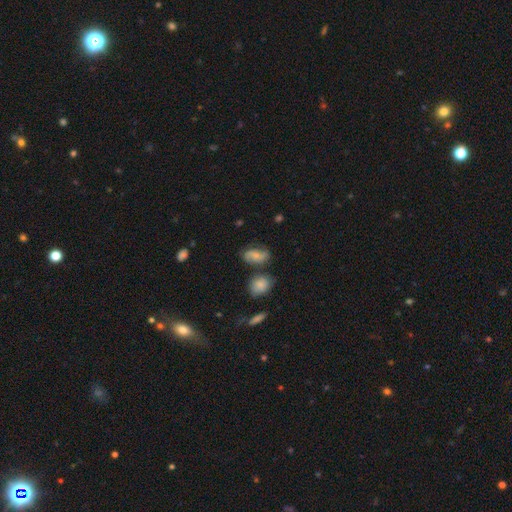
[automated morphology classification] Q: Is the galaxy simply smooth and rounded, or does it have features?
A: featured or disk — 46%.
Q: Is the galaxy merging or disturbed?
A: none — 63%.